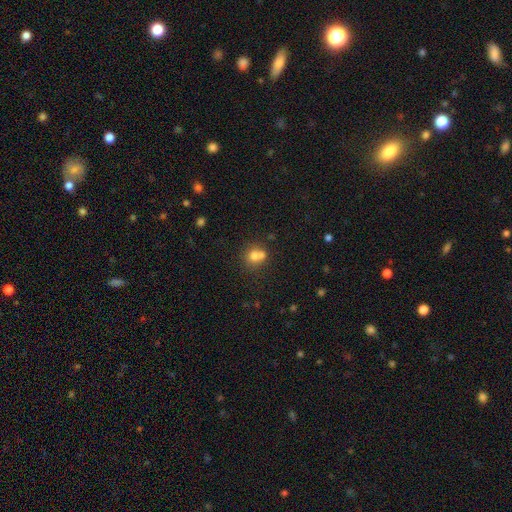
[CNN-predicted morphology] A smooth galaxy with no disk features (72%) that is round (79%). Merging: merger (46%).